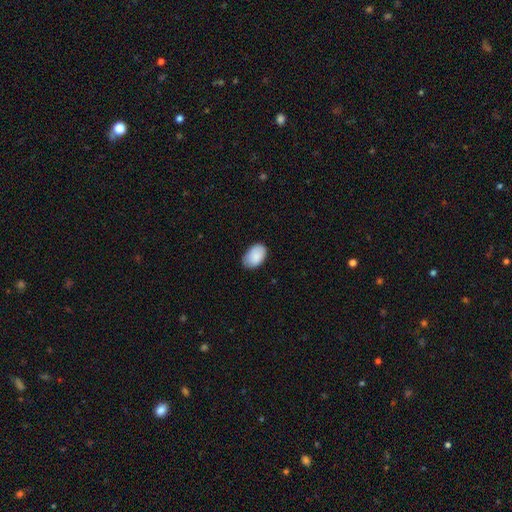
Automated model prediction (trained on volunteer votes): Smooth or featured? smooth (88%)
How rounded? in between (92%)
Merging? none (76%)